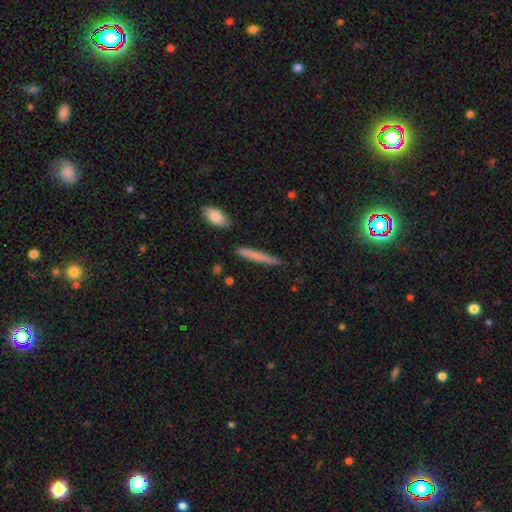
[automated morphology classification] type=smooth (72%); roundness=cigar-shaped (95%); merging=none (88%).